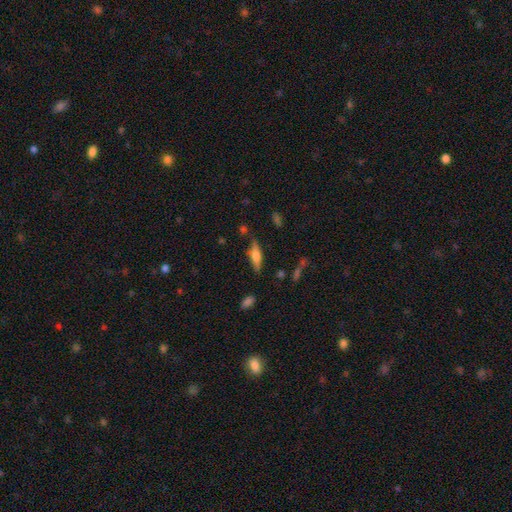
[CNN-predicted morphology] Smooth or featured?
  - smooth: 48% *
  - featured or disk: 44%
  - star or artifact: 8%
Merging?
  - none: 79% *
  - minor disturbance: 14%
  - major disturbance: 4%
  - merger: 3%